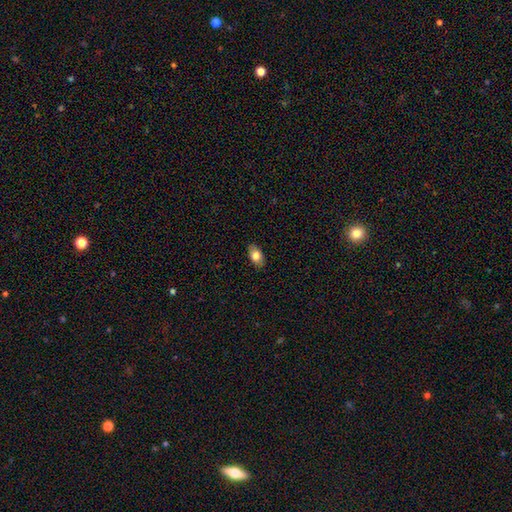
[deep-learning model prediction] A smooth galaxy with no disk features (81%) that is in between round and cigar-shaped (90%).

Vote fractions:
- Smooth or featured? smooth: 81% / featured or disk: 12% / star or artifact: 7%
- How rounded? in between: 90% / round: 7% / cigar-shaped: 2%
- Merging? none: 87% / minor disturbance: 10% / major disturbance: 2% / merger: 1%